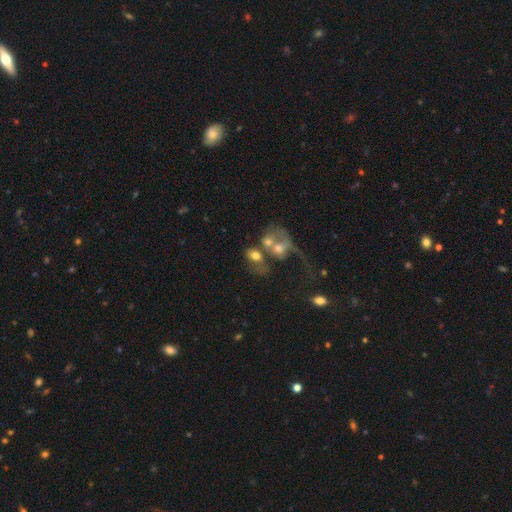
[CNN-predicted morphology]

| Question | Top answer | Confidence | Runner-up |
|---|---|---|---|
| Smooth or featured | smooth | 53% | featured or disk (35%) |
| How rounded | in between | 73% | round (25%) |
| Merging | merger | 60% | major disturbance (17%) |